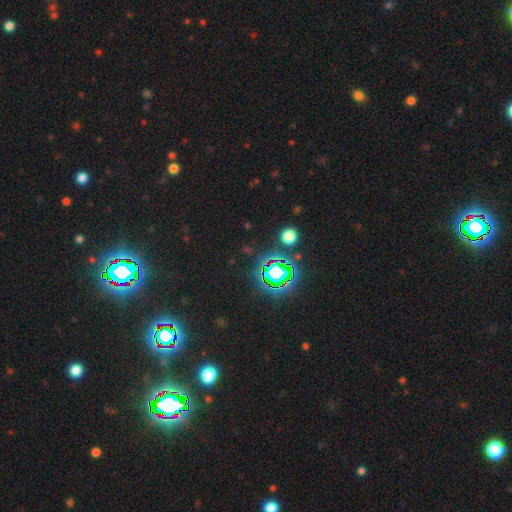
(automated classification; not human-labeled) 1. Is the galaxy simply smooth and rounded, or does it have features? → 82% star or artifact, 11% smooth, 7% featured or disk.